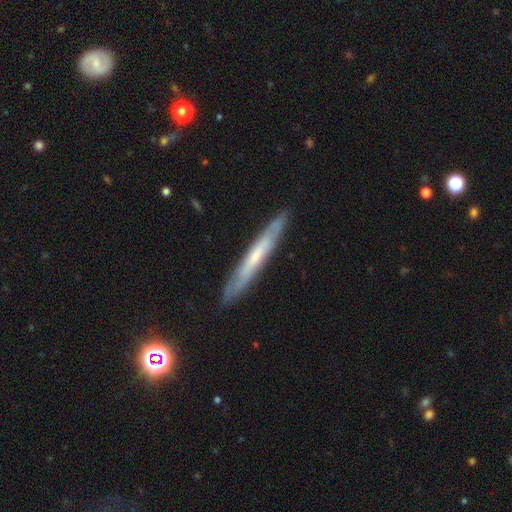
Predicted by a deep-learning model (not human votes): Overall: featured or disk (58%; smooth 36%). Edge-on disk: yes (81%). Merging: none (86%).